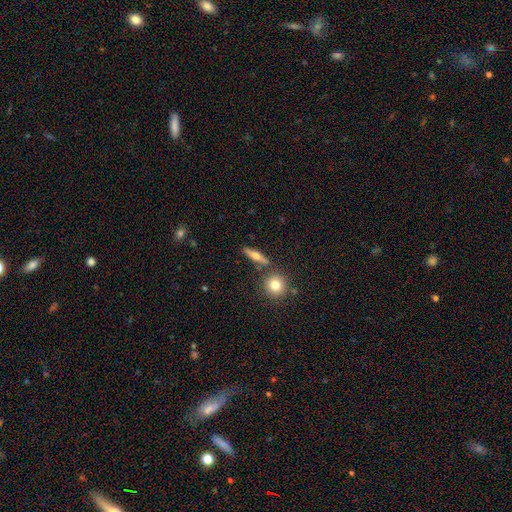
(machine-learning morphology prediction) smooth 47%, featured or disk 44%, star or artifact 9%. Down the decision tree: merging — none (79%).